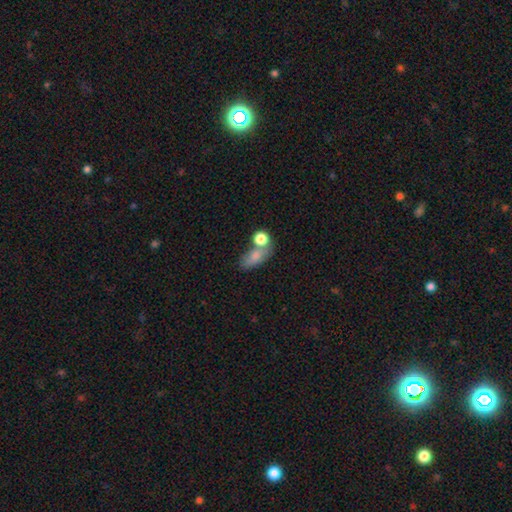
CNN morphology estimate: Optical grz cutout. It shows a smooth galaxy with no disk features (77%) that is in between round and cigar-shaped (70%). Merging: merger (39%).